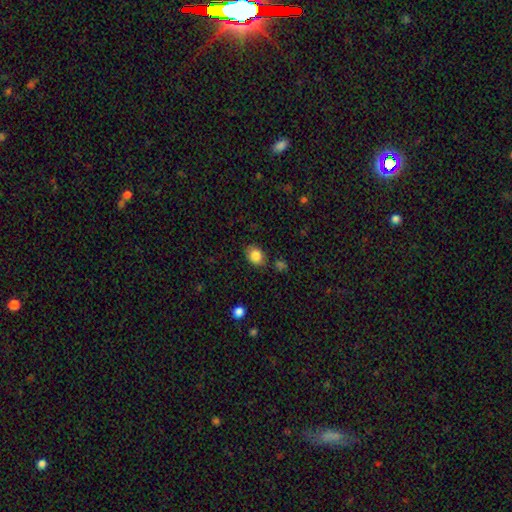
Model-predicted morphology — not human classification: smooth-or-featured: smooth: 85% | star or artifact: 9% | featured or disk: 6%
  how-rounded: round: 50% | in between: 49% | cigar-shaped: 1%
  merging: none: 78% | minor disturbance: 15% | major disturbance: 4% | merger: 4%